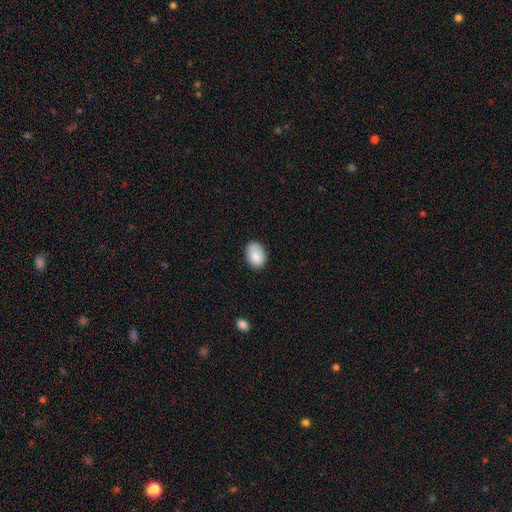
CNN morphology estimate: Smooth or featured: smooth — 87% (star or artifact — 7%)
How rounded: in between — 79% (round — 20%)
Merging: none — 83% (minor disturbance — 14%)